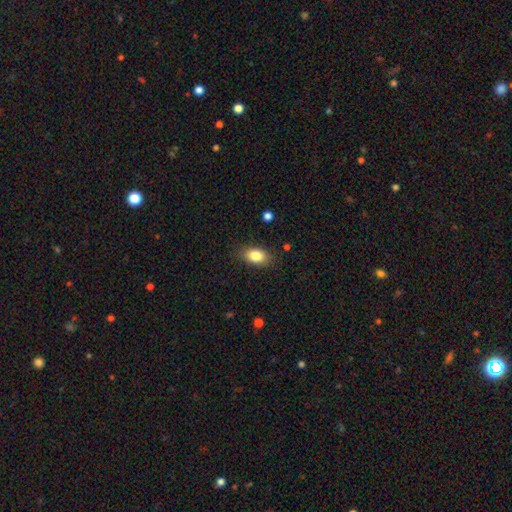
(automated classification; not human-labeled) Smooth or featured? Predicted: smooth (p=0.84). How rounded? Predicted: in between (p=0.87). Merging? Predicted: none (p=0.84).